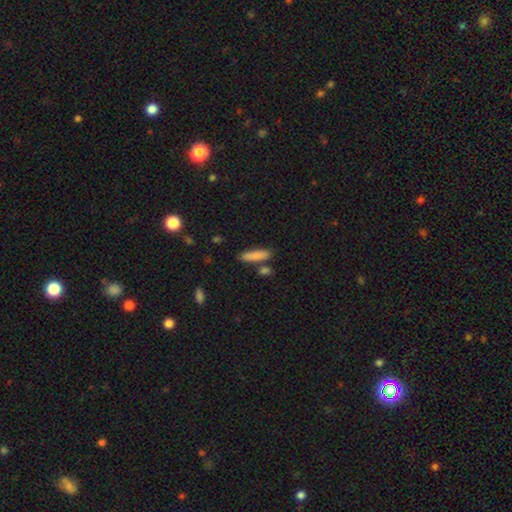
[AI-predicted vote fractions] smooth-or-featured: smooth: 84% | featured or disk: 9% | star or artifact: 7%
  how-rounded: cigar-shaped: 71% | in between: 27% | round: 2%
  merging: none: 78% | minor disturbance: 11% | merger: 9% | major disturbance: 3%